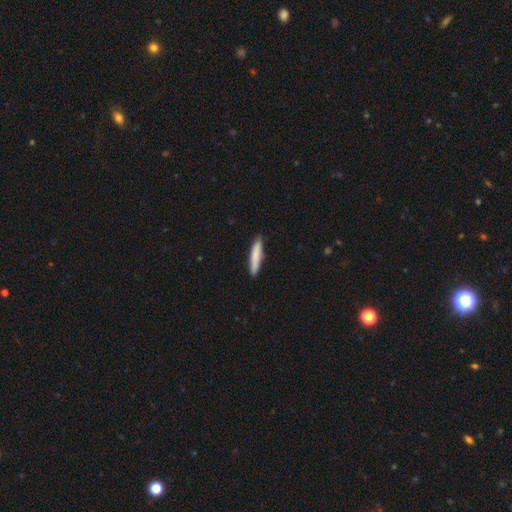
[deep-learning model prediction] A smooth galaxy with no disk features (82%) that is cigar-shaped (89%). Merging: none (87%).